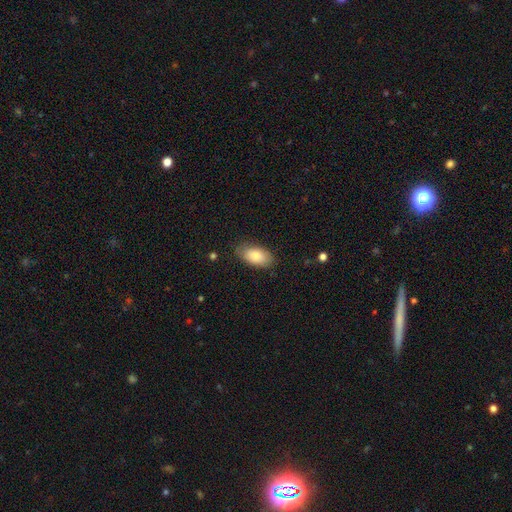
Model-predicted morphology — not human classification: Smooth or featured: smooth — 81% (featured or disk — 12%)
How rounded: in between — 93% (round — 4%)
Merging: none — 78% (minor disturbance — 17%)